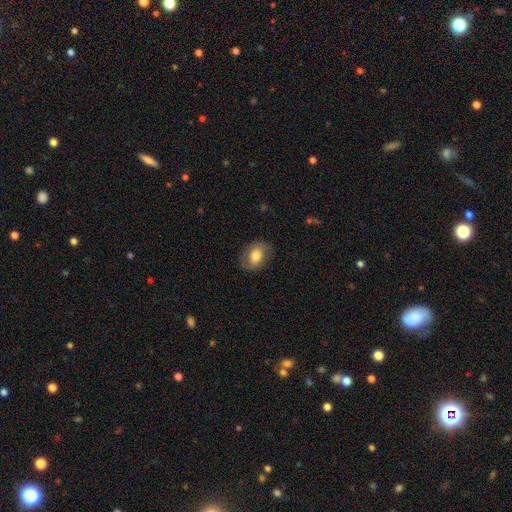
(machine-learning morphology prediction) Smooth or featured? smooth (70%)
How rounded? in between (73%)
Merging? none (78%)